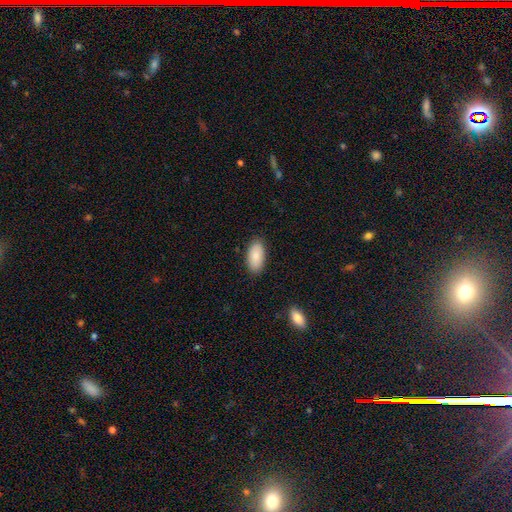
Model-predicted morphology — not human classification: Smooth or featured?
  - smooth: 86% *
  - featured or disk: 8%
  - star or artifact: 6%
How rounded?
  - in between: 94% *
  - cigar-shaped: 4%
  - round: 2%
Merging?
  - none: 86% *
  - minor disturbance: 11%
  - major disturbance: 2%
  - merger: 1%